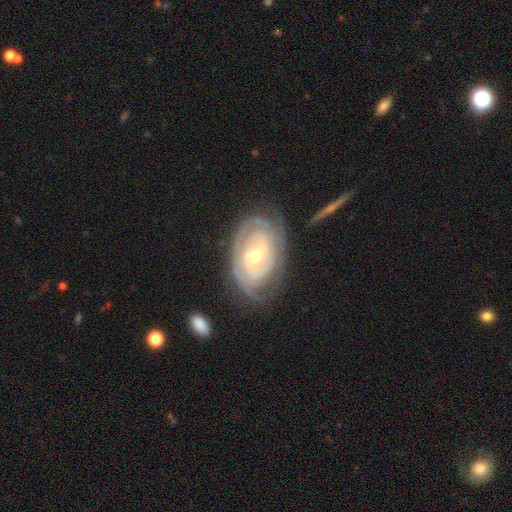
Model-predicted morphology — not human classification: This is clearly a featured or disk galaxy (85%). It is clearly not viewed edge-on (96%). Bar: possibly no (49%). Spiral arm pattern: clearly yes (93%). Spiral arm count: marginally can't tell (36%). Spiral winding: likely tight (75%). Central bulge: possibly moderate (52%). Merging: likely none (68%).